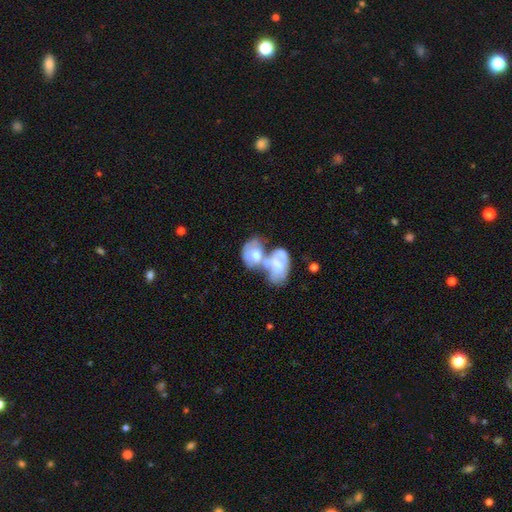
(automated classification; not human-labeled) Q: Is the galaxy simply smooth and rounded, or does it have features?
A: featured or disk — 61%.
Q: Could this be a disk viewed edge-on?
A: no — 95%.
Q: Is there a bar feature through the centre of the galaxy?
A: no — 74%.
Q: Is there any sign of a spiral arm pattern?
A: yes — 63%.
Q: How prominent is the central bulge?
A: moderate — 64%.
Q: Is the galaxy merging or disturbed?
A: merger — 73%.